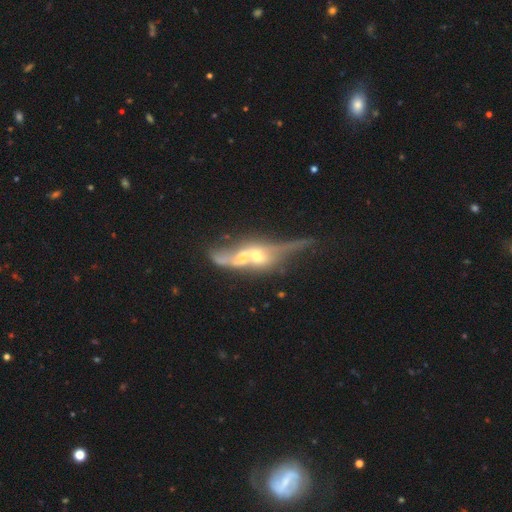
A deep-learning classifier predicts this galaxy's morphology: smooth_or_featured: featured or disk (p=0.70) [alt: smooth p=0.20]
disk_edge_on: no (p=0.58) [alt: yes p=0.42]
merging: merger (p=0.62) [alt: major disturbance p=0.16]